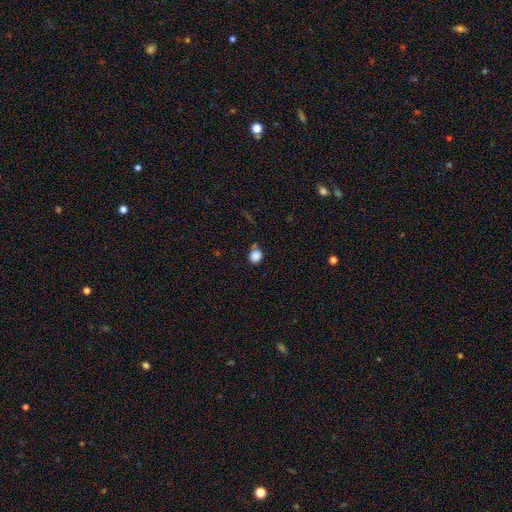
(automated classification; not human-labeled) Smooth or featured? Predicted: smooth (p=0.85). How rounded? Predicted: round (p=0.79). Merging? Predicted: none (p=0.69).